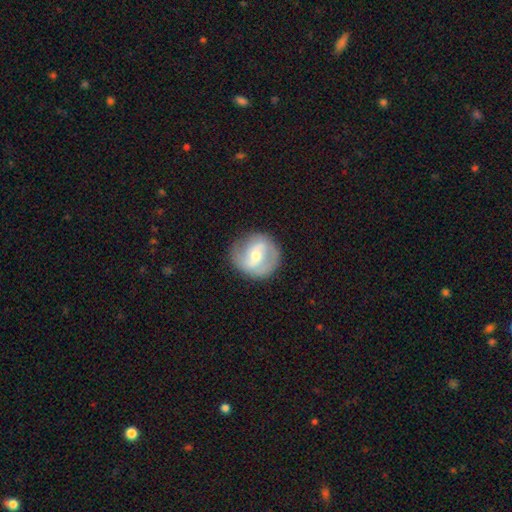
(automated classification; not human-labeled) Smooth or featured? featured or disk (66%)
Edge-on disk? no (97%)
Bar? weak (46%)
Spiral arms? yes (79%)
Spiral winding? medium (45%)
Spiral arm count? 2 (79%)
Bulge size? moderate (56%)
Merging? none (82%)